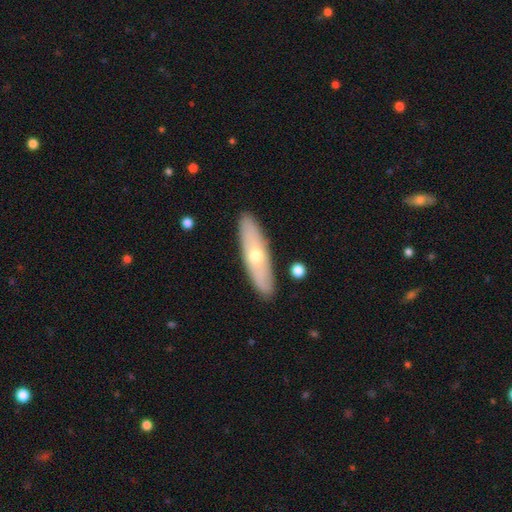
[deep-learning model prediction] featured or disk 47%, smooth 45%, star or artifact 8%. Down the decision tree: merging — none (88%).